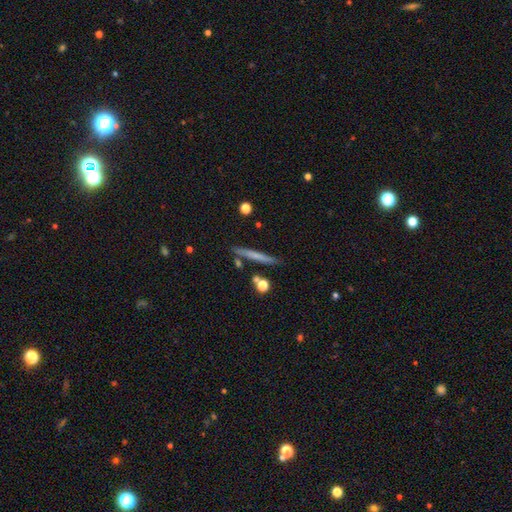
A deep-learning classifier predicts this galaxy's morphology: A smooth galaxy with no disk features (58%) that is cigar-shaped (95%). Merging: none (85%).